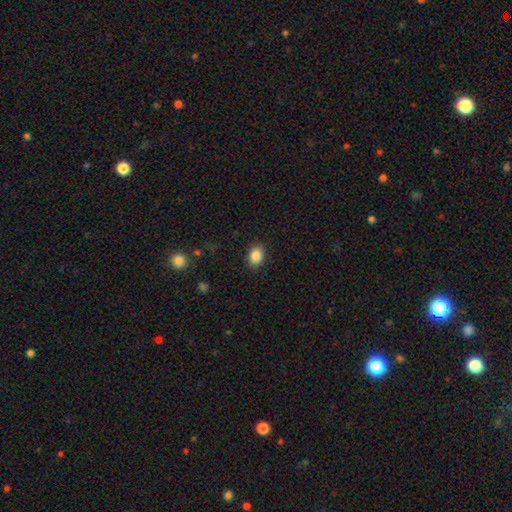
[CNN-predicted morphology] Smooth or featured? Predicted: smooth (p=0.87). How rounded? Predicted: in between (p=0.71). Merging? Predicted: none (p=0.89).